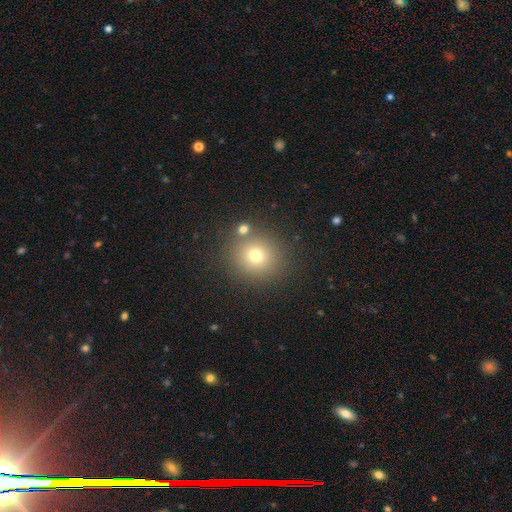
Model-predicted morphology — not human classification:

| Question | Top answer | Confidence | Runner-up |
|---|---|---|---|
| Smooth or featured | smooth | 71% | star or artifact (18%) |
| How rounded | round | 89% | in between (10%) |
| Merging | none | 81% | minor disturbance (8%) |